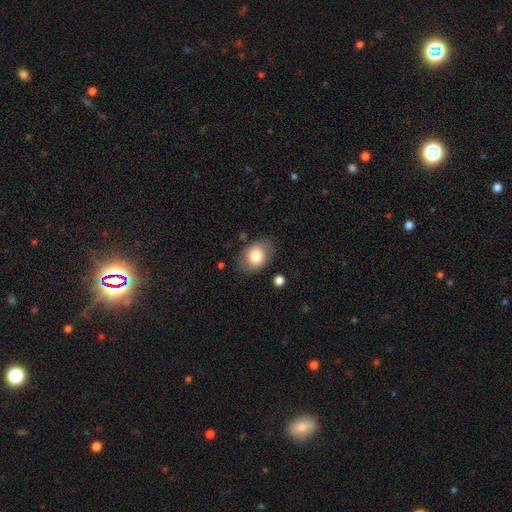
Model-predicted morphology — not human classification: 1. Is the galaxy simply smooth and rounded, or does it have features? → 75% smooth, 17% featured or disk, 7% star or artifact.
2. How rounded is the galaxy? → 68% in between, 31% round, 1% cigar-shaped.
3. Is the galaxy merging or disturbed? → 75% none, 16% minor disturbance, 6% major disturbance, 2% merger.